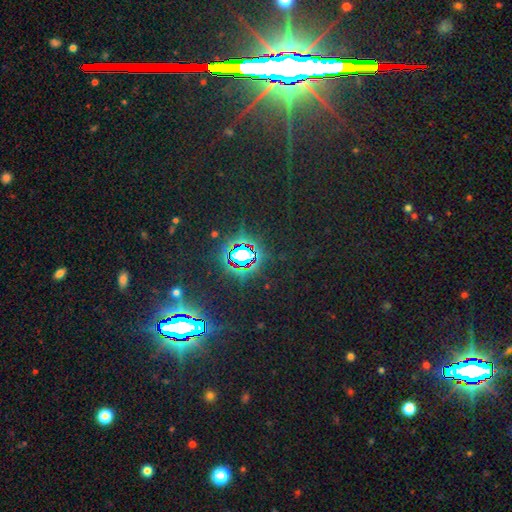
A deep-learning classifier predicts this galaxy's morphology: Overall: star or artifact (83%).